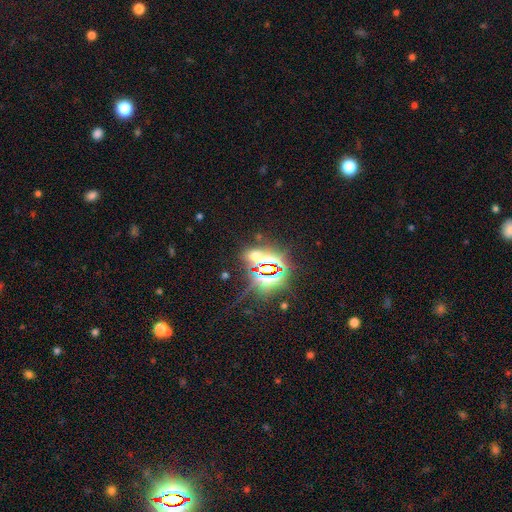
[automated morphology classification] The model was most divided on "smooth or featured": star or artifact: 68%, smooth: 24%, featured or disk: 8%.